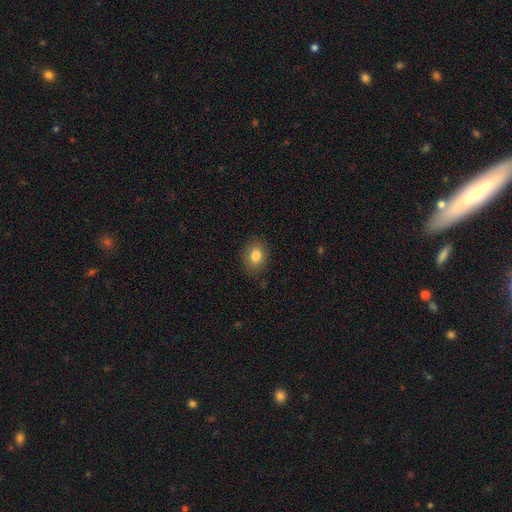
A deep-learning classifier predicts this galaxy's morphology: Q: Smooth or featured?
A: smooth (84%); runner-up: star or artifact (9%)
Q: How rounded?
A: in between (58%); runner-up: round (41%)
Q: Merging?
A: none (87%); runner-up: minor disturbance (10%)